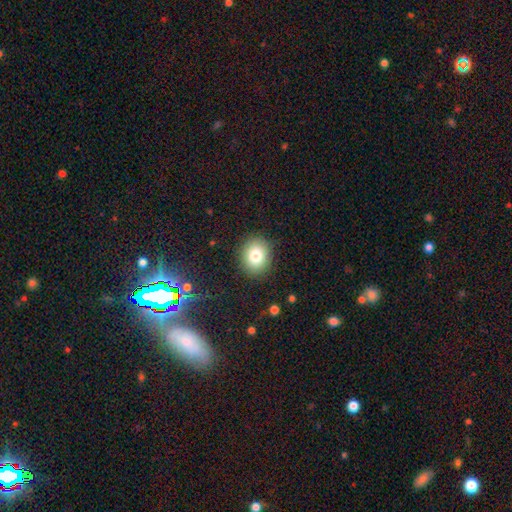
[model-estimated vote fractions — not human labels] Overall: smooth (80%). How rounded: round (64%; in between 35%). Merging: none (88%).